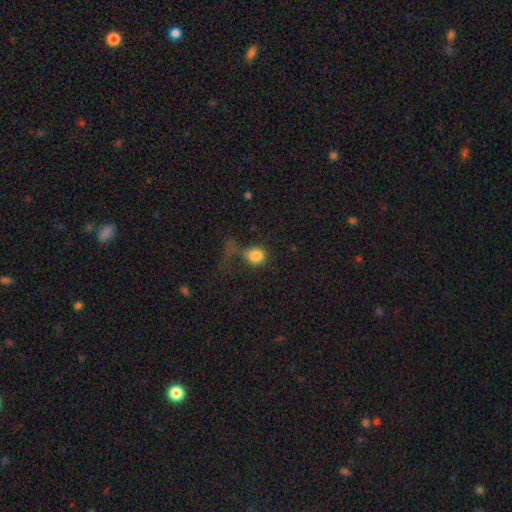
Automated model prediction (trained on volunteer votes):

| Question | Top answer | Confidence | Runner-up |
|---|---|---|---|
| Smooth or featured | smooth | 83% | star or artifact (10%) |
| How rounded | round | 61% | in between (37%) |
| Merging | none | 36% | tied: major disturbance (36%) |